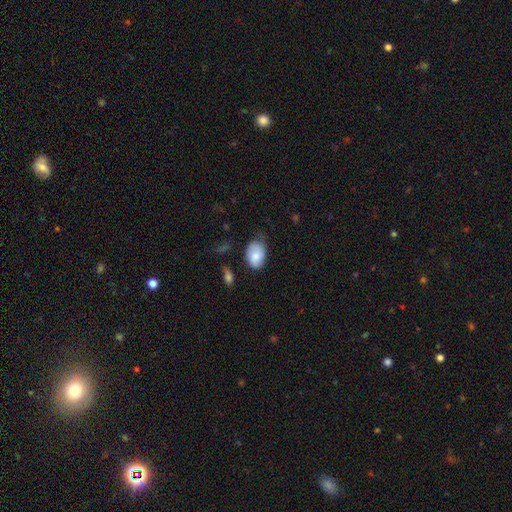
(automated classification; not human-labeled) A smooth galaxy with no disk features (79%) that is in between round and cigar-shaped (84%). Merging: none (58%).